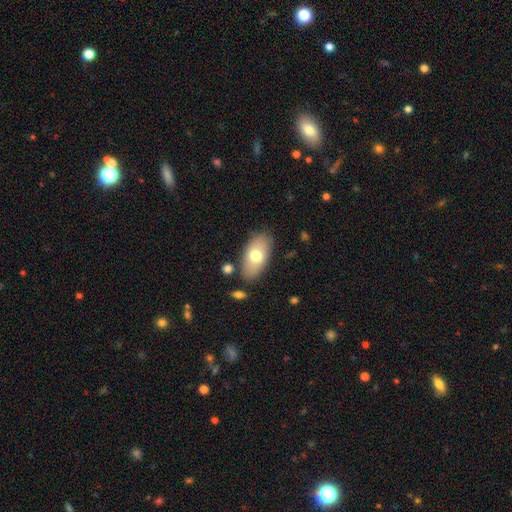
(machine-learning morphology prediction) A smooth galaxy with no disk features (70%) that is in between round and cigar-shaped (92%).

Vote fractions:
- Smooth or featured? smooth: 70% / featured or disk: 23% / star or artifact: 7%
- How rounded? in between: 92% / round: 5% / cigar-shaped: 3%
- Merging? none: 82% / minor disturbance: 12% / major disturbance: 3% / merger: 3%